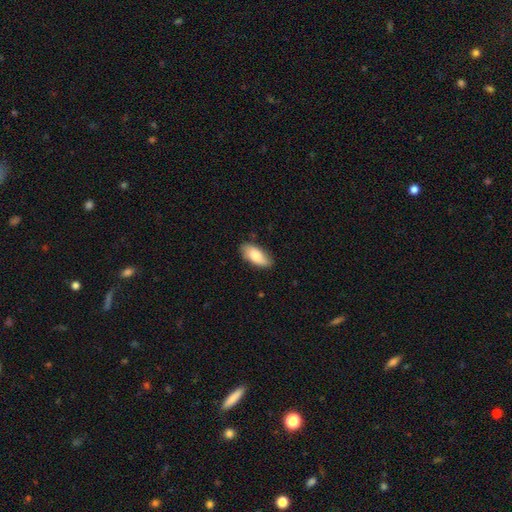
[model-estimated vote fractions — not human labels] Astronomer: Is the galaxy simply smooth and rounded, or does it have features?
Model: smooth — 80%.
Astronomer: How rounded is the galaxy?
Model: in between — 88%.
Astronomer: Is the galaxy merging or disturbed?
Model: none — 83%.